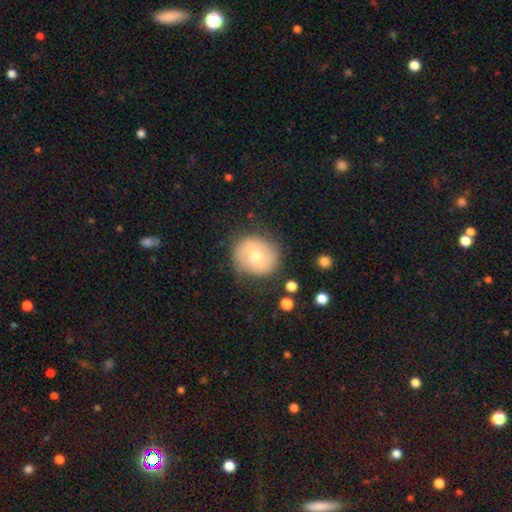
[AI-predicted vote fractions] Morphology: type=smooth (57%); roundness=round (82%); merging=none (75%).